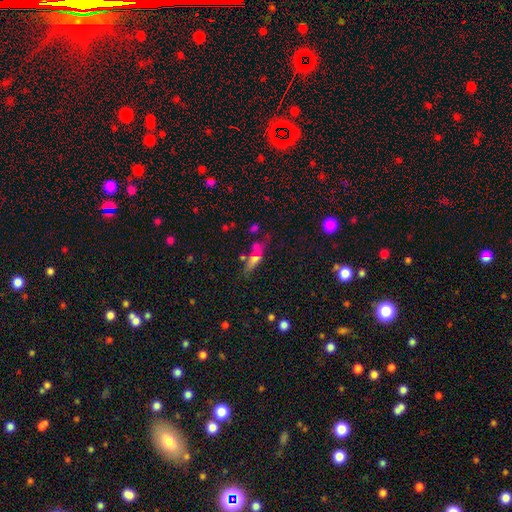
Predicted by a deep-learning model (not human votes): smooth 52%, featured or disk 34%, star or artifact 14%. Down the decision tree: how rounded — cigar-shaped (56%); merging — none (54%).